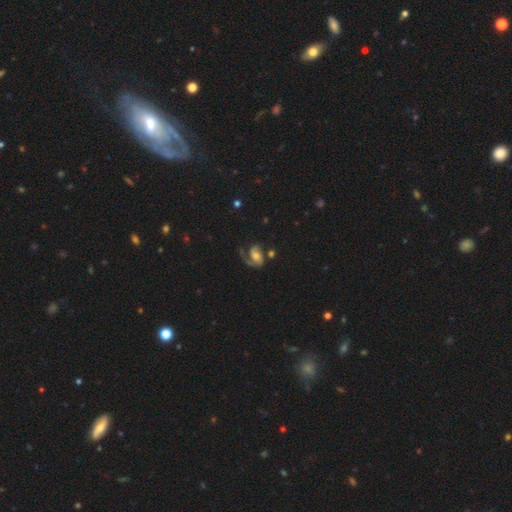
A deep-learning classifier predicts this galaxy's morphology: Smooth or featured?
  - featured or disk: 78% *
  - smooth: 15%
  - star or artifact: 8%
Edge-on disk?
  - no: 98% *
  - yes: 2%
Bar?
  - no: 52% *
  - weak: 36%
  - strong: 12%
Spiral arms?
  - yes: 93% *
  - no: 7%
Spiral winding?
  - medium: 46% *
  - loose: 30%
  - tight: 25%
Spiral arm count?
  - 2: 47% *
  - 1: 45%
  - can't tell: 4%
  - 3: 1%
  - 4: 1%
  - more than 4: 1%
Bulge size?
  - moderate: 50% *
  - small: 29%
  - large: 13%
  - none: 6%
  - dominant: 2%
Merging?
  - none: 43% *
  - major disturbance: 30%
  - minor disturbance: 19%
  - merger: 9%